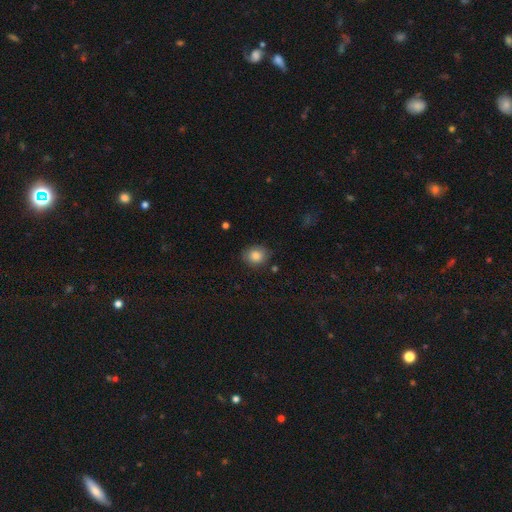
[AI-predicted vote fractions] smooth 83%, star or artifact 9%, featured or disk 7%. Down the decision tree: how rounded — round (69%); merging — none (82%).